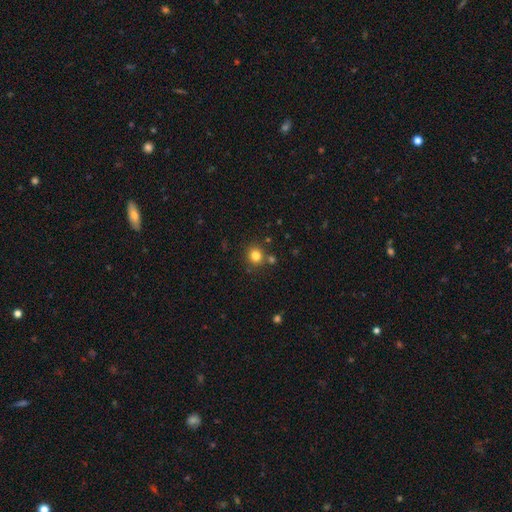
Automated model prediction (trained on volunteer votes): A smooth galaxy with no disk features (81%) that is round (87%).

Vote fractions:
- Smooth or featured? smooth: 81% / star or artifact: 13% / featured or disk: 6%
- How rounded? round: 87% / in between: 12% / cigar-shaped: 1%
- Merging? none: 79% / merger: 9% / minor disturbance: 9% / major disturbance: 3%